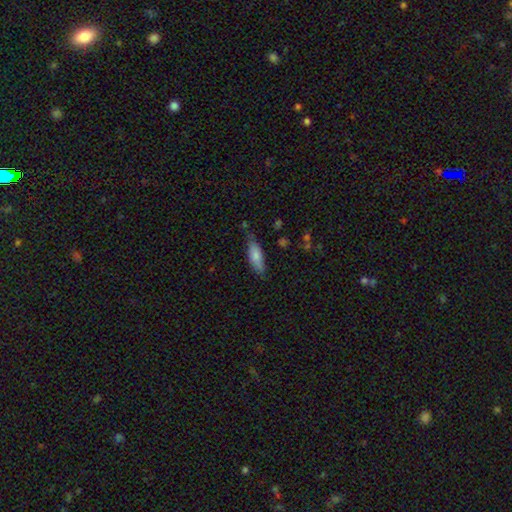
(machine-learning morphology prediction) Smooth or featured: smooth — 79% (featured or disk — 15%)
How rounded: in between — 63% (cigar-shaped — 36%)
Merging: none — 66% (minor disturbance — 27%)